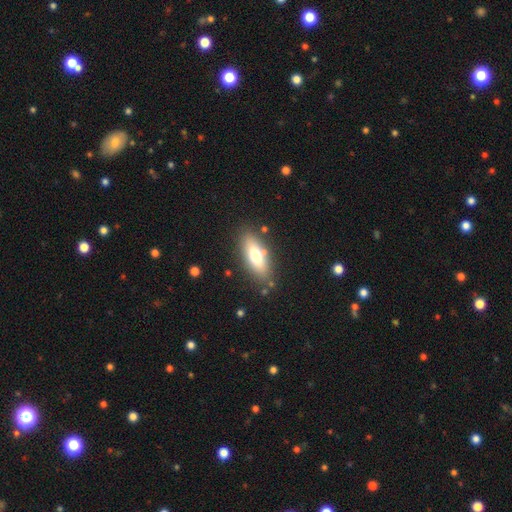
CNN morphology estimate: A smooth galaxy with no disk features (65%) that is in between round and cigar-shaped (72%).

Vote fractions:
- Smooth or featured? smooth: 65% / featured or disk: 27% / star or artifact: 8%
- How rounded? in between: 72% / cigar-shaped: 24% / round: 3%
- Merging? none: 81% / minor disturbance: 12% / merger: 4% / major disturbance: 4%